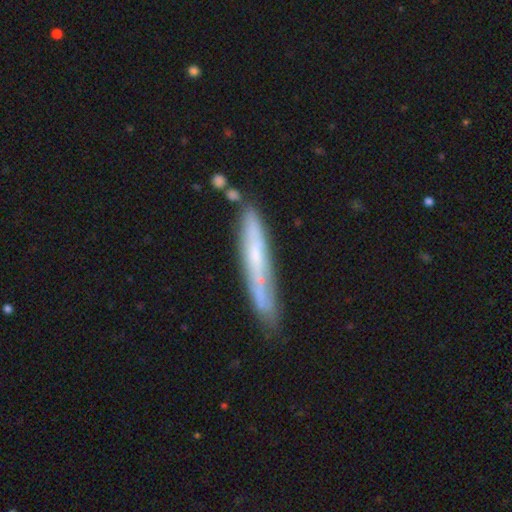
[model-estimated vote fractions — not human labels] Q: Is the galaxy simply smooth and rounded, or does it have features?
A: featured or disk — 52%.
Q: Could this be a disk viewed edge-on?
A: yes — 78%.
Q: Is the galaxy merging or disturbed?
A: none — 71%.